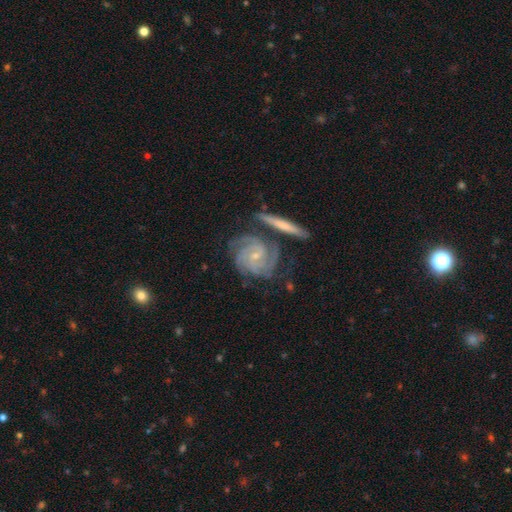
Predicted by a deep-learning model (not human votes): smooth-or-featured: featured or disk: 89% | smooth: 6% | star or artifact: 5%
  disk-edge-on: no: 96% | yes: 4%
    bar: no: 58% | weak: 32% | strong: 10%
    has-spiral-arms: yes: 98% | no: 2%
      spiral-winding: tight: 72% | medium: 24% | loose: 4%
      spiral-arm-count: 3: 36% | 4: 28% | can't tell: 15% | 2: 12% | more than 4: 5% | 1: 5%
    bulge-size: small: 73% | moderate: 22% | none: 3% | large: 1% | dominant: 1%
  merging: none: 66% | minor disturbance: 15% | merger: 13% | major disturbance: 6%